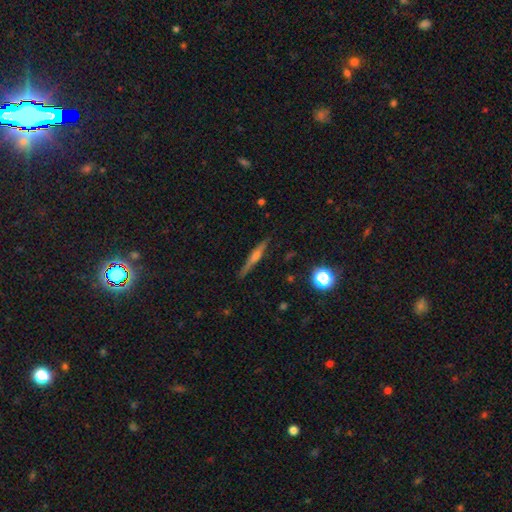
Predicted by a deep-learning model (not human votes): Smooth or featured? featured or disk (67%)
Edge-on disk? yes (97%)
Edge-on bulge? rounded (72%)
Merging? none (89%)